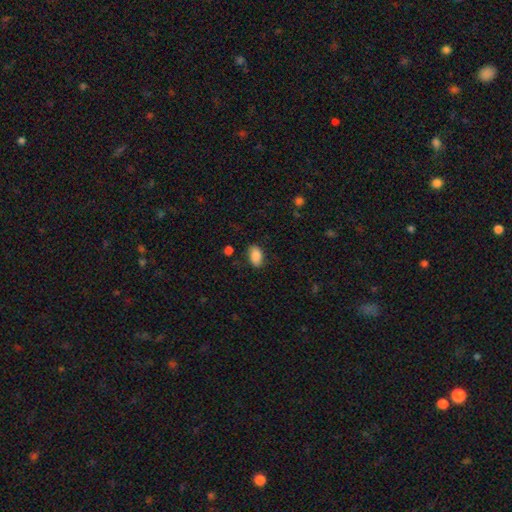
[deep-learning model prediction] A smooth galaxy with no disk features (87%) that is in between round and cigar-shaped (92%).

Vote fractions:
- Smooth or featured? smooth: 87% / star or artifact: 7% / featured or disk: 6%
- How rounded? in between: 92% / round: 6% / cigar-shaped: 2%
- Merging? none: 82% / minor disturbance: 13% / major disturbance: 3% / merger: 2%